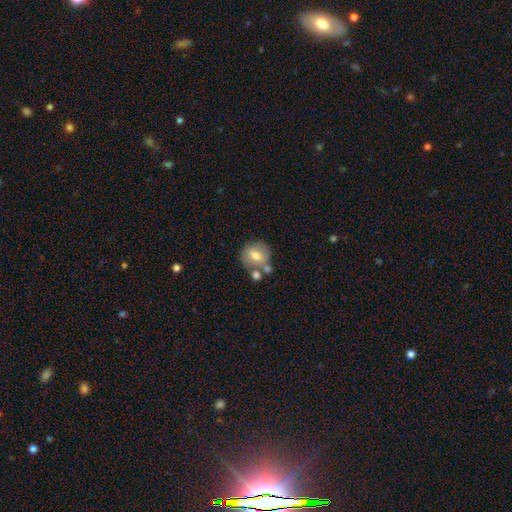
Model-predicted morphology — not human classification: Smooth or featured? Predicted: smooth (p=0.68). How rounded? Predicted: round (p=0.83). Merging? Predicted: none (p=0.61).